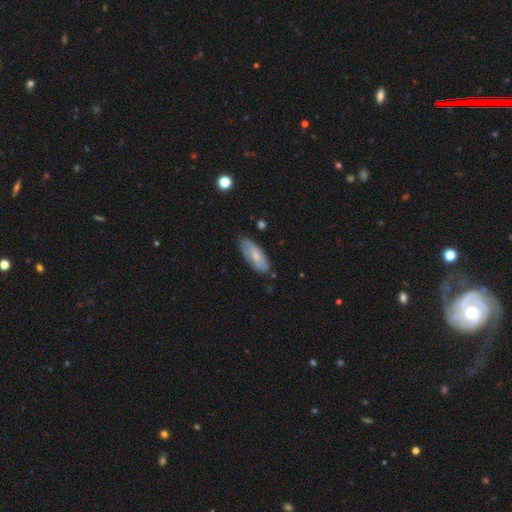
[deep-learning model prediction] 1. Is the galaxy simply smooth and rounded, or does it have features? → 56% smooth, 38% featured or disk, 6% star or artifact.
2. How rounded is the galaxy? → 77% in between, 21% cigar-shaped, 2% round.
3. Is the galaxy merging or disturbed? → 73% none, 22% minor disturbance, 4% major disturbance, 2% merger.